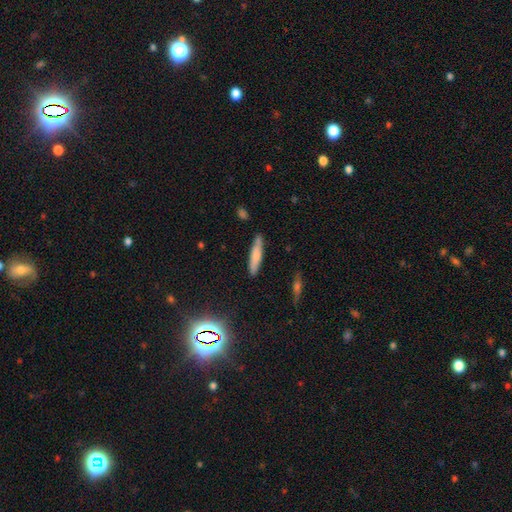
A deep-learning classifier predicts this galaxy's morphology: This appears to be a smooth galaxy with no disk features (72%) that is cigar-shaped (84%). Merging: none (83%).